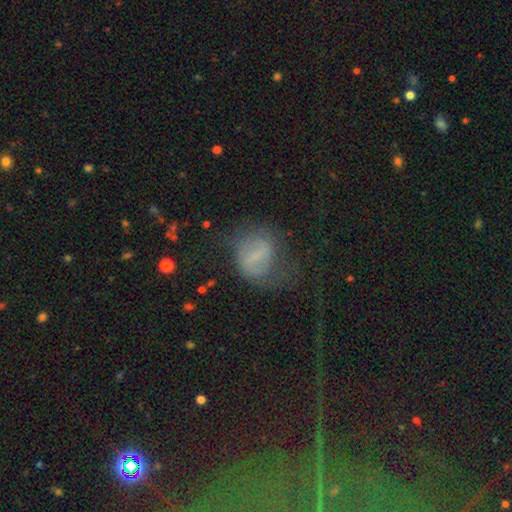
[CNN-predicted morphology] Smooth or featured? smooth (45%)
Merging? none (46%)